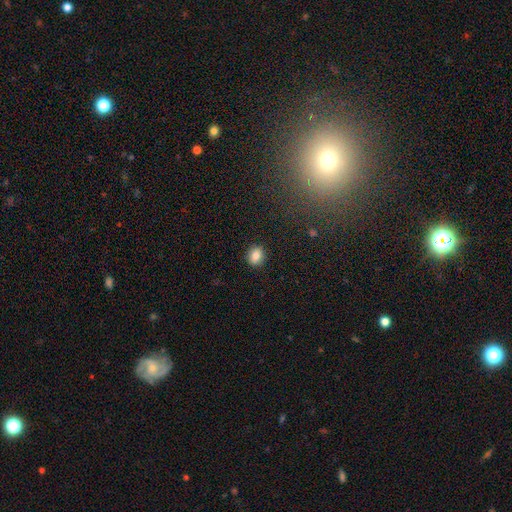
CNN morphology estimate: Smooth or featured? smooth (84%)
How rounded? round (64%)
Merging? none (90%)